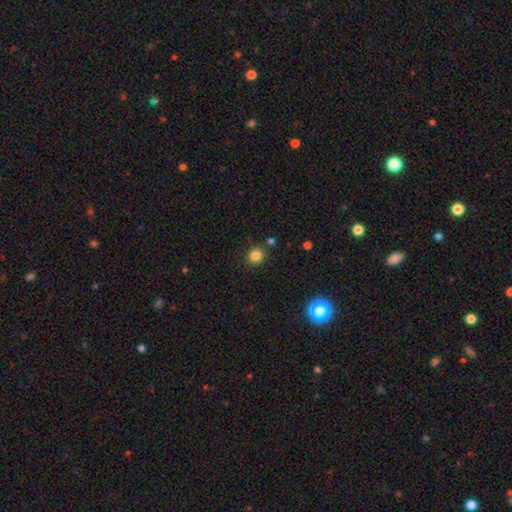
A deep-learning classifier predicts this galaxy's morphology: A smooth galaxy with no disk features (83%) that is round (78%).

Vote fractions:
- Smooth or featured? smooth: 83% / star or artifact: 12% / featured or disk: 5%
- How rounded? round: 78% / in between: 21% / cigar-shaped: 1%
- Merging? none: 85% / minor disturbance: 8% / merger: 4% / major disturbance: 2%